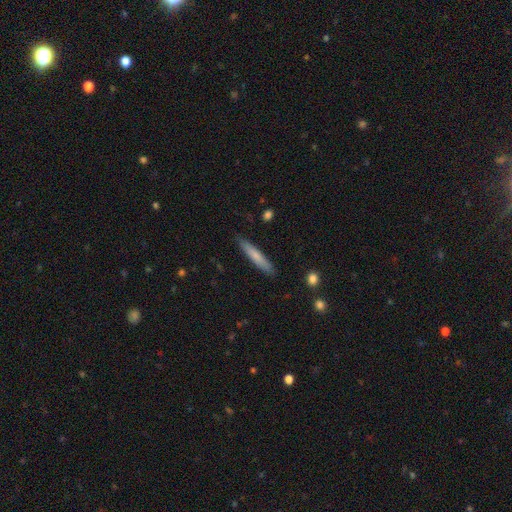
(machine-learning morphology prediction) smooth-or-featured: smooth: 70% | featured or disk: 25% | star or artifact: 6%
  how-rounded: cigar-shaped: 92% | in between: 7% | round: 1%
  merging: none: 87% | minor disturbance: 10% | major disturbance: 2% | merger: 1%